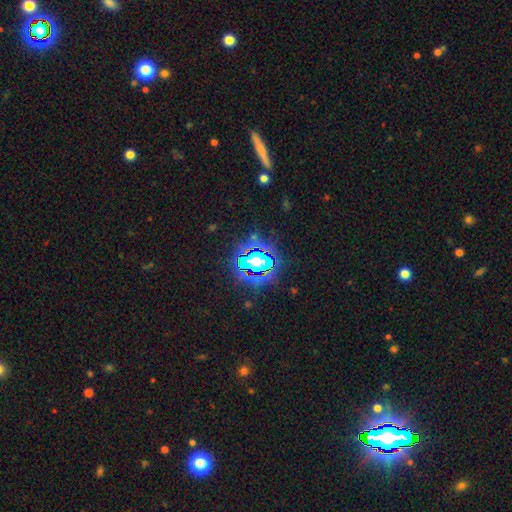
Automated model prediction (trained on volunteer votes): star or artifact 75%, smooth 15%, featured or disk 10%.